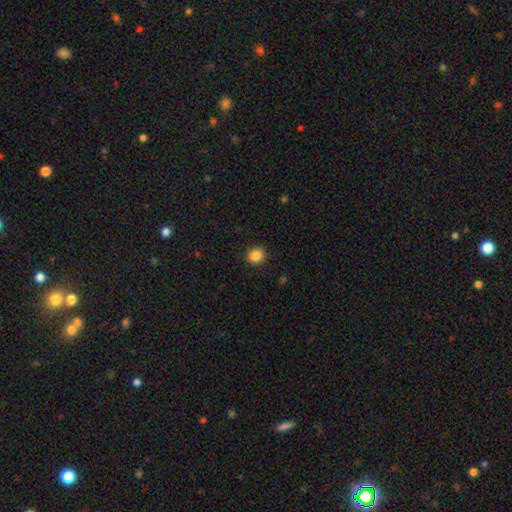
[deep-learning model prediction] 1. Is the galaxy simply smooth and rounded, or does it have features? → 86% smooth, 10% star or artifact, 4% featured or disk.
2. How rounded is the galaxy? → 81% round, 18% in between, 1% cigar-shaped.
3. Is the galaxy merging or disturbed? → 91% none, 6% minor disturbance, 2% major disturbance, 1% merger.